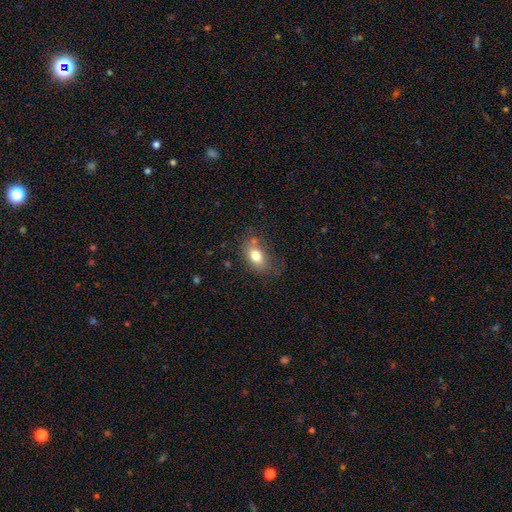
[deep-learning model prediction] A smooth galaxy with no disk features (76%) that is in between round and cigar-shaped (82%).

Vote fractions:
- Smooth or featured? smooth: 76% / featured or disk: 15% / star or artifact: 9%
- How rounded? in between: 82% / round: 16% / cigar-shaped: 2%
- Merging? none: 58% / minor disturbance: 25% / major disturbance: 11% / merger: 6%